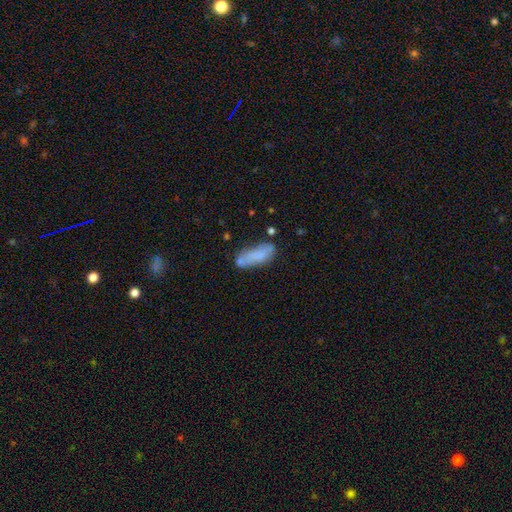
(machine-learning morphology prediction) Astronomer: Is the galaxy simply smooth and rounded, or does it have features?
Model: smooth — 72%.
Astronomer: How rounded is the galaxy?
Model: in between — 59% (runner-up: cigar-shaped, 39%).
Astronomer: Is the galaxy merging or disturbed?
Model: none — 55%.